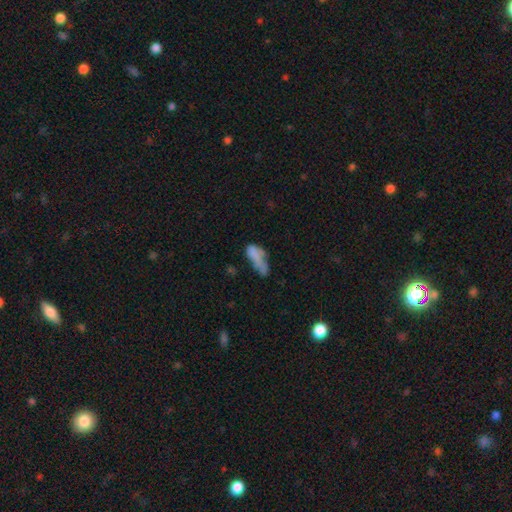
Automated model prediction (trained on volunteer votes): Overall: smooth (68%). How rounded: in between (65%; cigar-shaped 32%). Merging: major disturbance (29%, tied with minor disturbance).